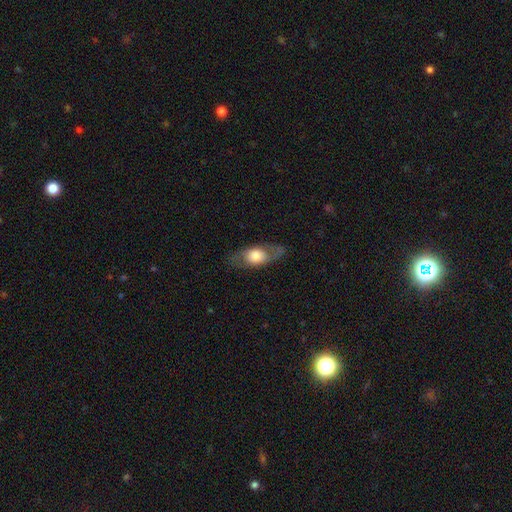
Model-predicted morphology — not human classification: A featured or disk galaxy (49%). Merging: none (78%).